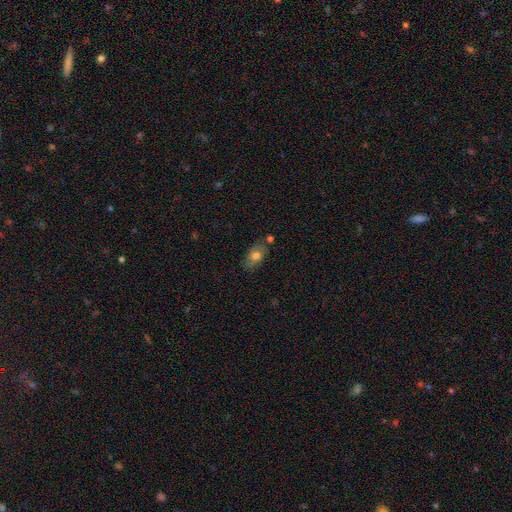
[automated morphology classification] The model was most divided on "smooth or featured": smooth: 68%, featured or disk: 23%, star or artifact: 9%. More confident: how rounded — in between (88%); merging — none (69%).